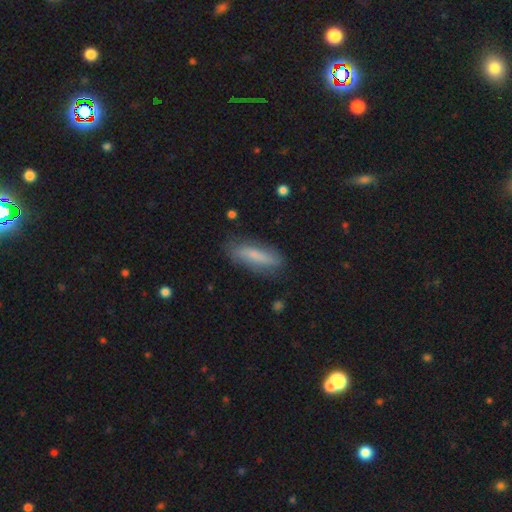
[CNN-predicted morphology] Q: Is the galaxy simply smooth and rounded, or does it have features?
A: smooth — 68%.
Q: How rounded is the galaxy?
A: cigar-shaped — 57%.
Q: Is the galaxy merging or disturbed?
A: none — 78%.